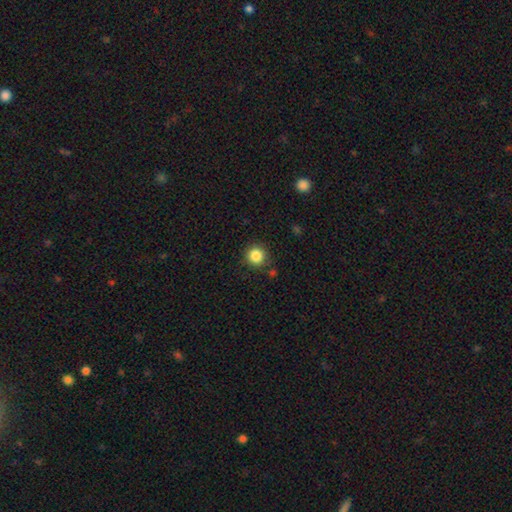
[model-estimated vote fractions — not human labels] Q: Smooth or featured?
A: smooth (86%); runner-up: star or artifact (10%)
Q: How rounded?
A: round (94%); runner-up: in between (5%)
Q: Merging?
A: none (88%); runner-up: minor disturbance (7%)